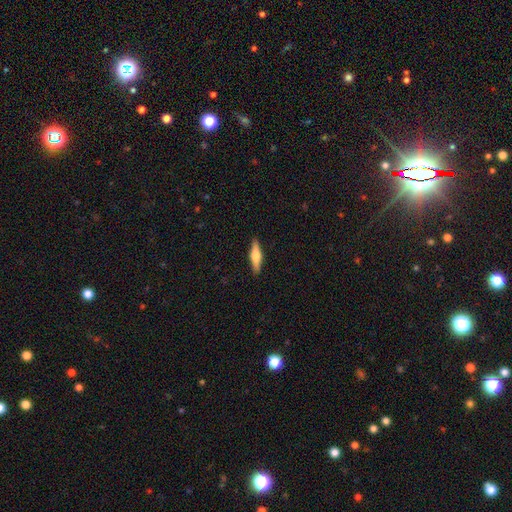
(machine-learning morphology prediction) Smooth or featured? Predicted: featured or disk (p=0.51). Edge-on disk? Predicted: yes (p=0.96). Merging? Predicted: none (p=0.91).